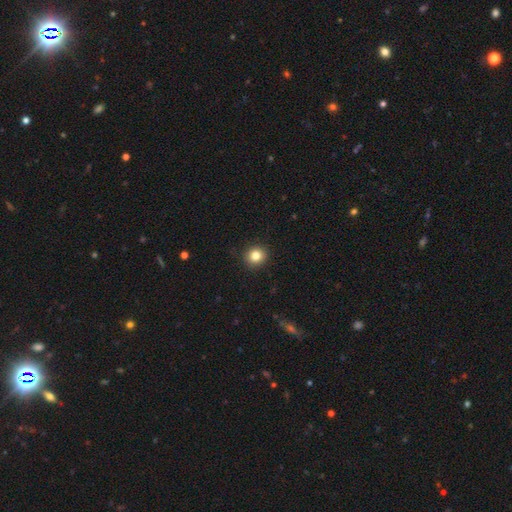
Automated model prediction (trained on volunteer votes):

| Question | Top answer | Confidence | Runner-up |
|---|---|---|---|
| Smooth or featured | smooth | 83% | star or artifact (11%) |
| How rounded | round | 90% | in between (9%) |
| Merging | none | 92% | minor disturbance (5%) |